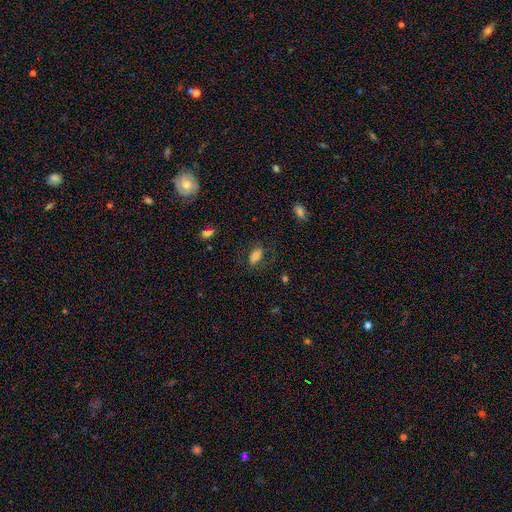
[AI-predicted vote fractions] smooth-or-featured: smooth: 73% | featured or disk: 17% | star or artifact: 10%
  how-rounded: in between: 90% | round: 6% | cigar-shaped: 5%
  merging: none: 73% | minor disturbance: 16% | major disturbance: 10% | merger: 2%